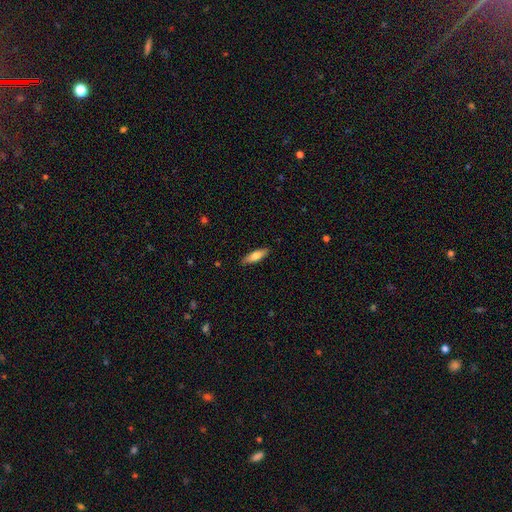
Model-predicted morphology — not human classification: Overall: smooth (72%). How rounded: cigar-shaped (53%; in between 45%). Merging: none (88%).